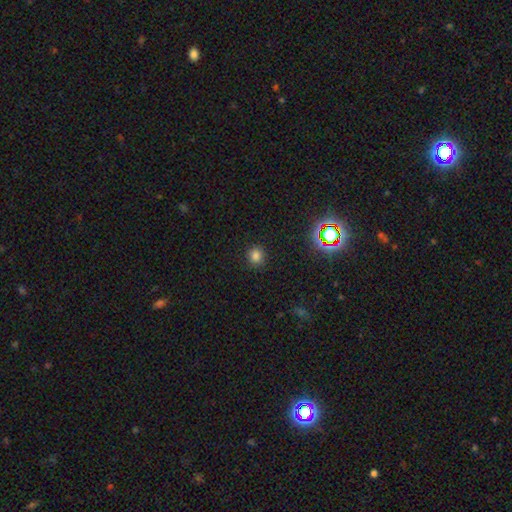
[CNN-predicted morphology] This appears to be a smooth galaxy with no disk features (78%) that is round (87%). Merging: none (90%).